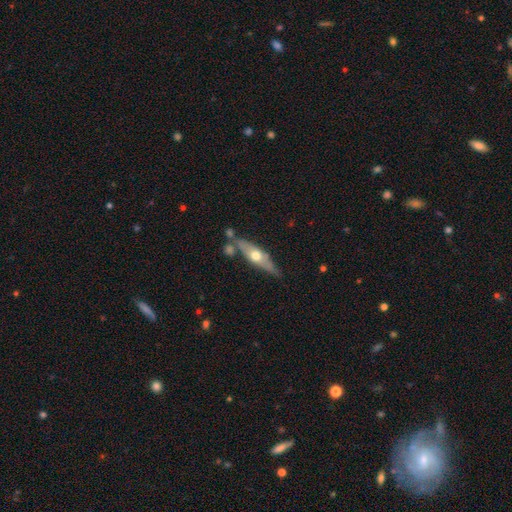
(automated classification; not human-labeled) Smooth or featured?
  - featured or disk: 60% *
  - smooth: 35%
  - star or artifact: 6%
Edge-on disk?
  - yes: 83% *
  - no: 17%
Merging?
  - none: 68% *
  - minor disturbance: 16%
  - merger: 12%
  - major disturbance: 4%